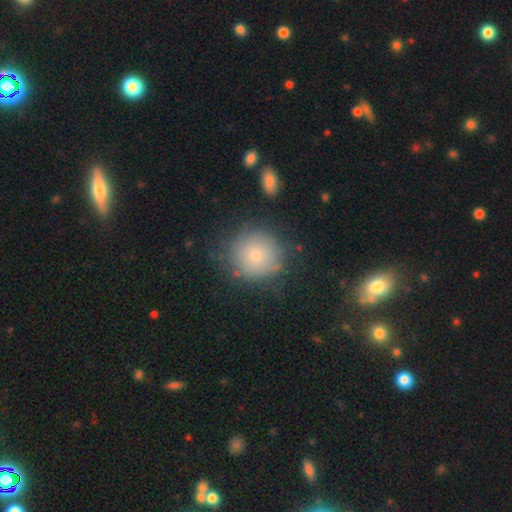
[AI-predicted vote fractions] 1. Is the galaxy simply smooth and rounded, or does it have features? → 75% smooth, 16% featured or disk, 9% star or artifact.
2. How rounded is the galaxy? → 91% round, 8% in between, 1% cigar-shaped.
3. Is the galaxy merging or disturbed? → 76% none, 16% minor disturbance, 6% major disturbance, 3% merger.